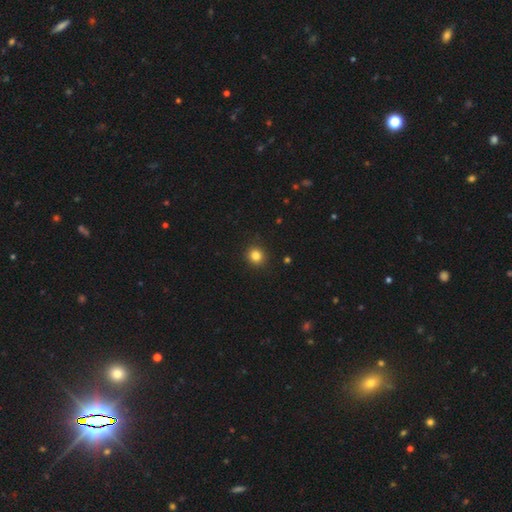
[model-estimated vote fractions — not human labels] Smooth or featured: smooth — 84% (star or artifact — 12%)
How rounded: round — 88% (in between — 11%)
Merging: none — 91% (minor disturbance — 6%)